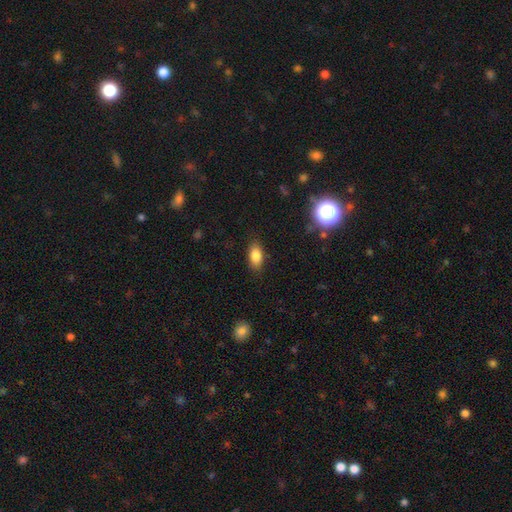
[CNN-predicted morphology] Q: Smooth or featured?
A: smooth (83%); runner-up: star or artifact (9%)
Q: How rounded?
A: in between (88%); runner-up: round (6%)
Q: Merging?
A: none (84%); runner-up: minor disturbance (11%)